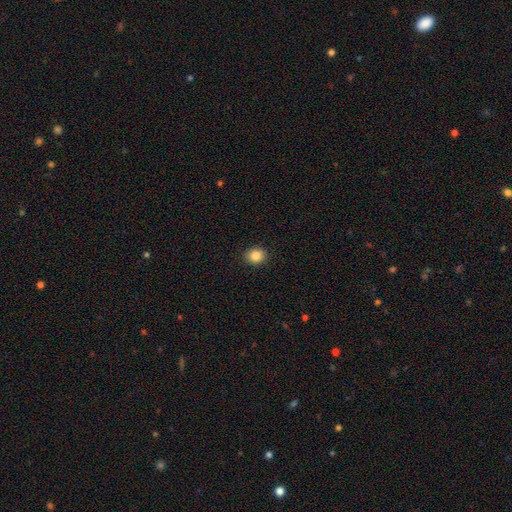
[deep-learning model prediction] A smooth galaxy with no disk features (87%) that is round (62%).

Vote fractions:
- Smooth or featured? smooth: 87% / star or artifact: 9% / featured or disk: 4%
- How rounded? round: 62% / in between: 37% / cigar-shaped: 1%
- Merging? none: 90% / minor disturbance: 7% / major disturbance: 2% / merger: 1%